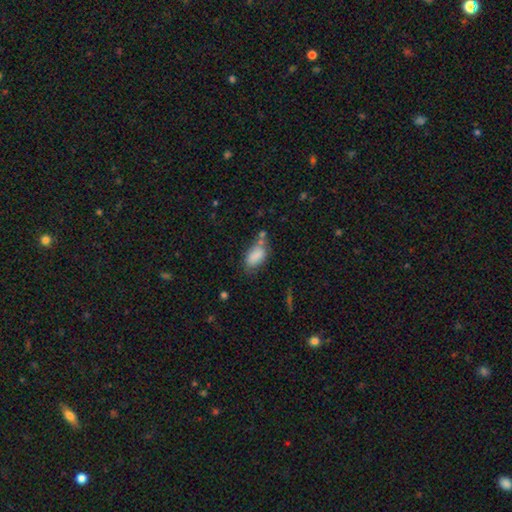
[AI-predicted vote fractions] A smooth galaxy with no disk features (82%) that is in between round and cigar-shaped (91%).

Vote fractions:
- Smooth or featured? smooth: 82% / featured or disk: 10% / star or artifact: 9%
- How rounded? in between: 91% / round: 5% / cigar-shaped: 4%
- Merging? none: 47% / minor disturbance: 27% / merger: 15% / major disturbance: 11%